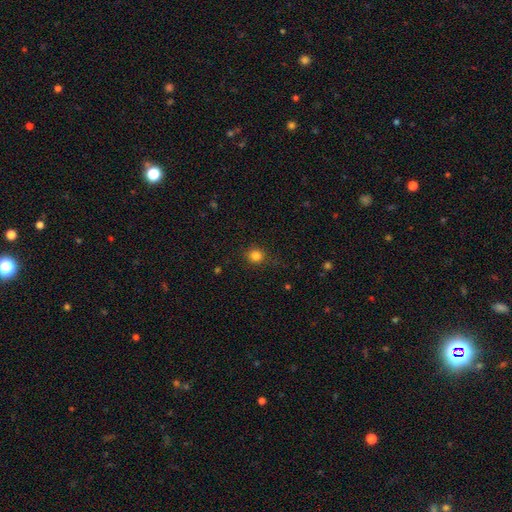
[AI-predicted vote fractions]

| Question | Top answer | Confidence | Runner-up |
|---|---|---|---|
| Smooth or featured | smooth | 83% | star or artifact (12%) |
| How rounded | round | 85% | in between (14%) |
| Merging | none | 85% | minor disturbance (11%) |